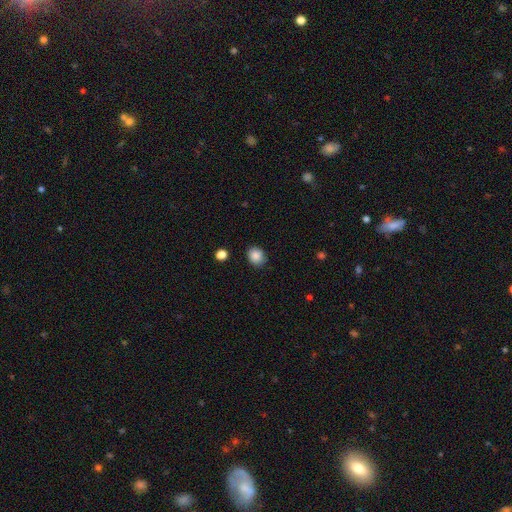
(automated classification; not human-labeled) Q: Smooth or featured?
A: smooth (87%); runner-up: star or artifact (9%)
Q: How rounded?
A: round (68%); runner-up: in between (32%)
Q: Merging?
A: none (86%); runner-up: minor disturbance (10%)